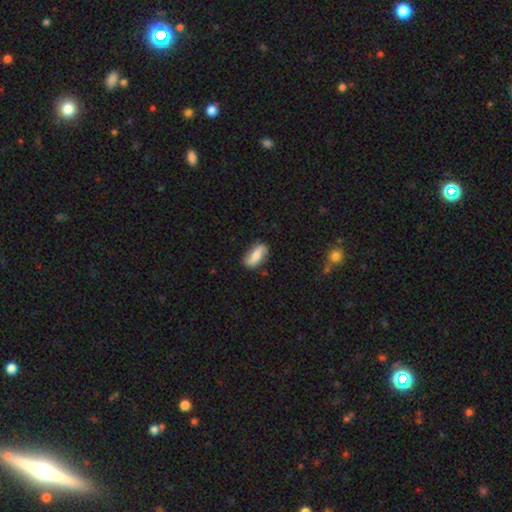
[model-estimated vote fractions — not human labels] This appears to be a featured or disk galaxy (46%, tied with smooth). Merging: none (79%).